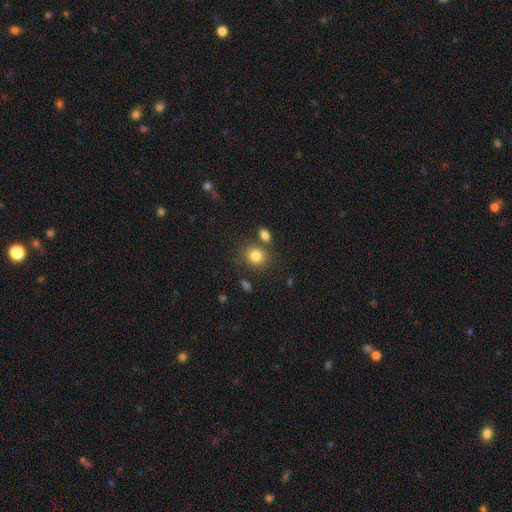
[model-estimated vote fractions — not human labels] A smooth galaxy with no disk features (83%) that is round (73%). Merging: none (71%).